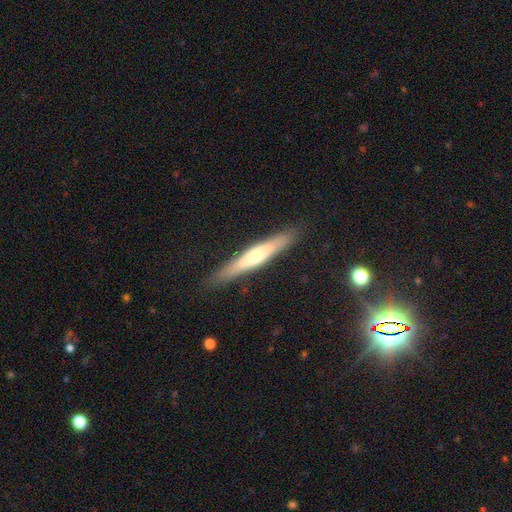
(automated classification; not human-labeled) A smooth galaxy with no disk features (48%). Merging: none (88%).